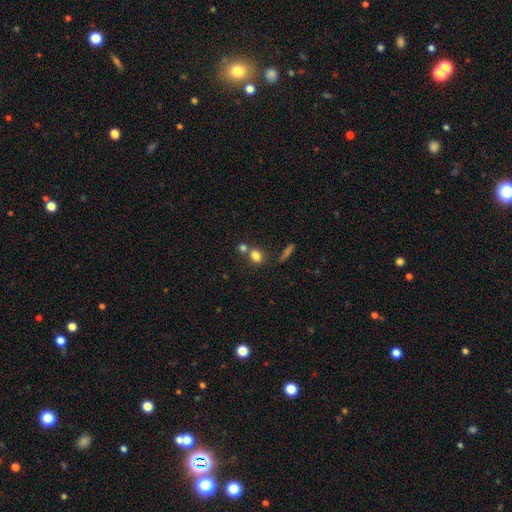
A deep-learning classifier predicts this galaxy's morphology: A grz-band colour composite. It shows a smooth galaxy with no disk features (79%) that is in between round and cigar-shaped (53%). Merging: none (48%).